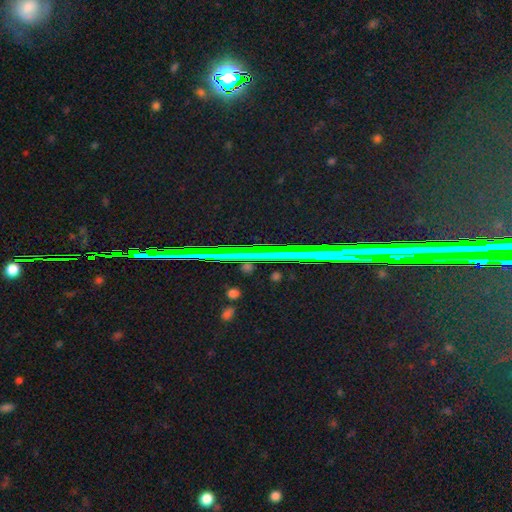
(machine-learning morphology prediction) The model was most divided on "smooth or featured": star or artifact: 83%, featured or disk: 10%, smooth: 7%.